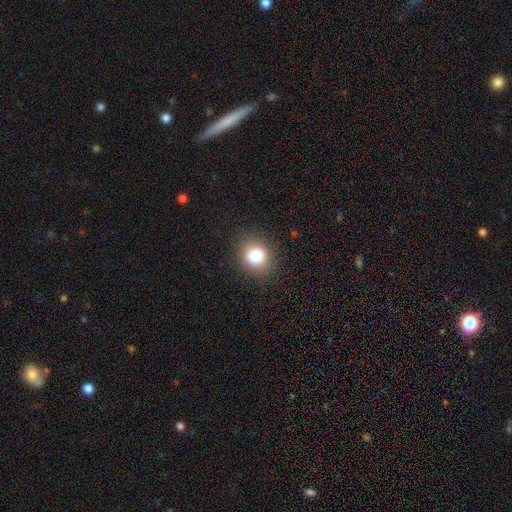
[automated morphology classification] Q: Smooth or featured?
A: smooth (84%); runner-up: star or artifact (11%)
Q: How rounded?
A: round (77%); runner-up: in between (22%)
Q: Merging?
A: none (84%); runner-up: minor disturbance (11%)